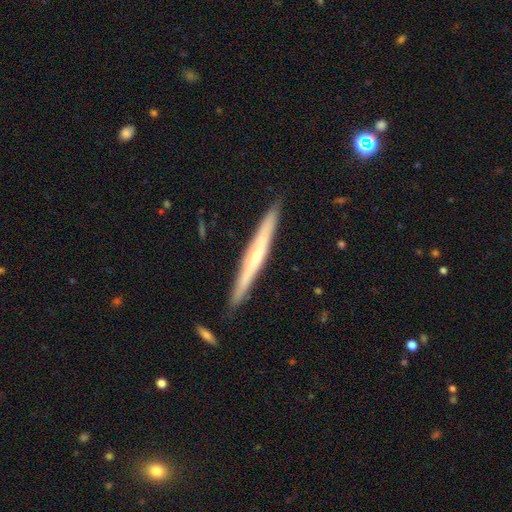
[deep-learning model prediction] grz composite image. It shows a featured or disk galaxy (64%) viewed edge-on (96%) with a rounded central bulge (59%). Merging: none (89%).